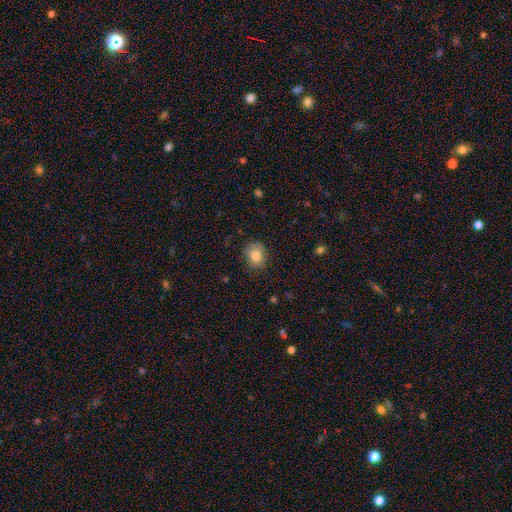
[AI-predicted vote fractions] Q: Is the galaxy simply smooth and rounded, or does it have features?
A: smooth — 82%.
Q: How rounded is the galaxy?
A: round — 63%.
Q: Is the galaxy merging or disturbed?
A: none — 75%.